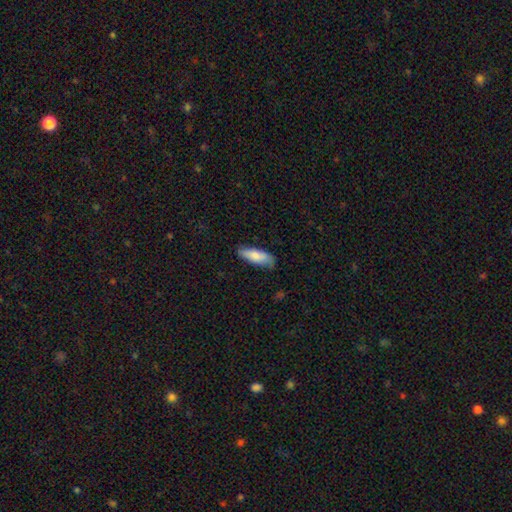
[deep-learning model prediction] smooth_or_featured: smooth (p=0.80) [alt: featured or disk p=0.15]
how_rounded: in between (p=0.58) [alt: cigar-shaped p=0.40]
merging: none (p=0.77) [alt: minor disturbance p=0.19]